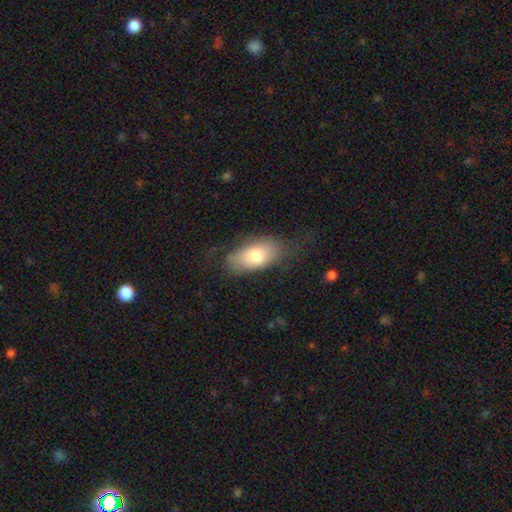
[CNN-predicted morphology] Smooth or featured? smooth (73%)
How rounded? in between (90%)
Merging? none (58%)